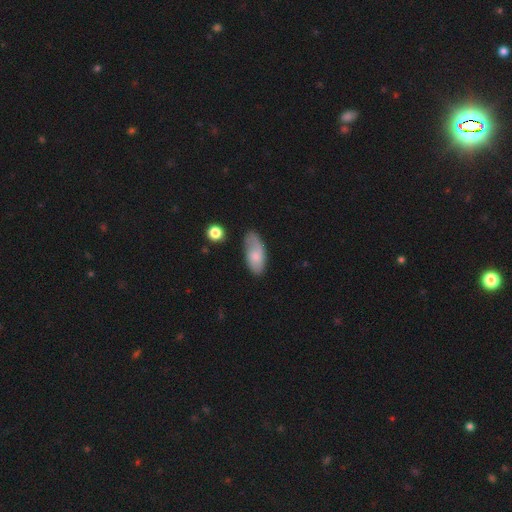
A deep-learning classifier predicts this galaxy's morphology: smooth_or_featured: smooth (p=0.67) [alt: featured or disk p=0.27]
how_rounded: in between (p=0.89) [alt: cigar-shaped p=0.08]
merging: none (p=0.58) [alt: minor disturbance p=0.29]